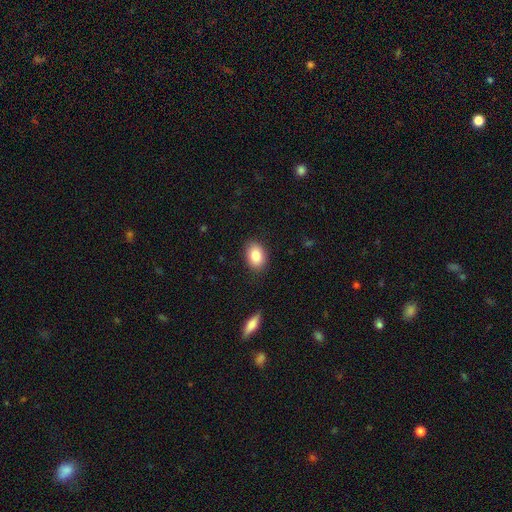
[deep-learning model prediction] The model was most divided on "how rounded": in between: 81%, round: 18%, cigar-shaped: 1%. More confident: merging — none (86%); smooth or featured — smooth (85%).